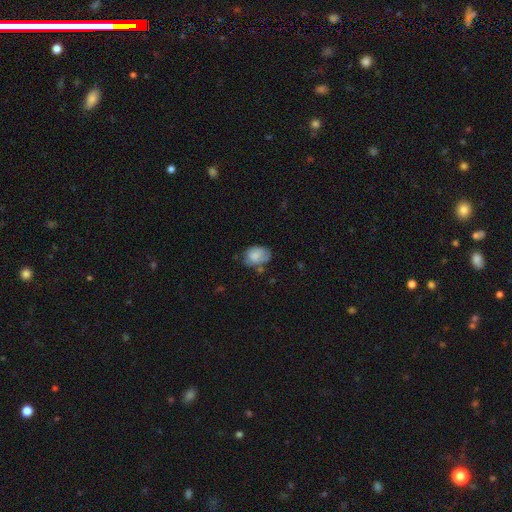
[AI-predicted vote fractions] The model was most divided on "merging": none: 48%, minor disturbance: 34%, major disturbance: 12%, merger: 6%. More confident: smooth or featured — smooth (74%); how rounded — in between (73%).